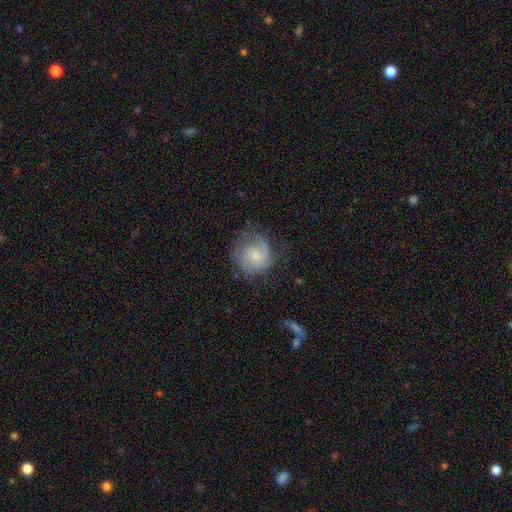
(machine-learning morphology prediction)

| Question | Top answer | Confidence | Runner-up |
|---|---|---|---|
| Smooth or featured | featured or disk | 61% | smooth (31%) |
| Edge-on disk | no | 98% | yes (2%) |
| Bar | no | 68% | weak (28%) |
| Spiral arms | yes | 90% | no (10%) |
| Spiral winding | tight | 43% | medium (40%) |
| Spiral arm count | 2 | 48% | can't tell (24%) |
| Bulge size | small | 52% | moderate (34%) |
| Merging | none | 63% | minor disturbance (22%) |